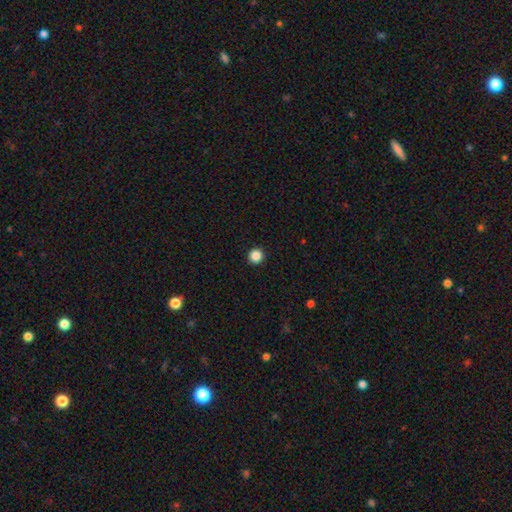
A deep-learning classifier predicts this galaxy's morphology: The model was most divided on "smooth or featured": smooth: 86%, star or artifact: 11%, featured or disk: 3%. More confident: how rounded — round (96%); merging — none (94%).